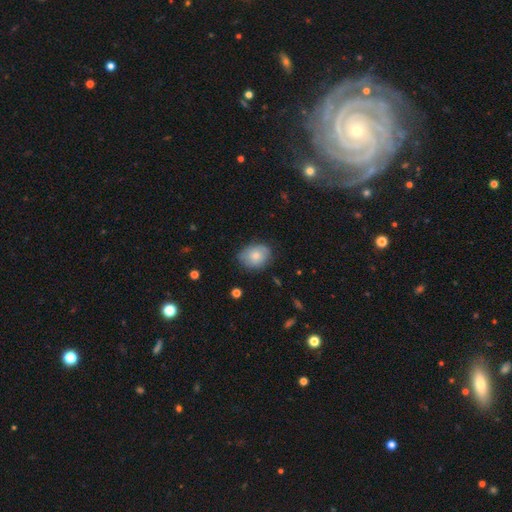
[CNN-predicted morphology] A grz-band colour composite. It shows a smooth galaxy with no disk features (74%) that is in between round and cigar-shaped (51%). Merging: none (74%).